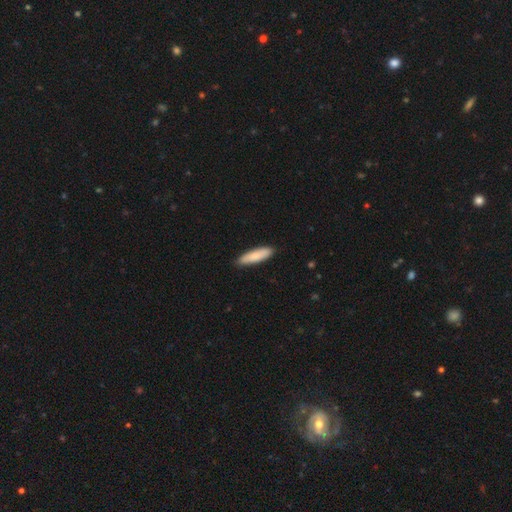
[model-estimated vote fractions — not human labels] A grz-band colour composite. It shows a smooth galaxy with no disk features (85%) that is cigar-shaped (66%). Merging: none (86%).